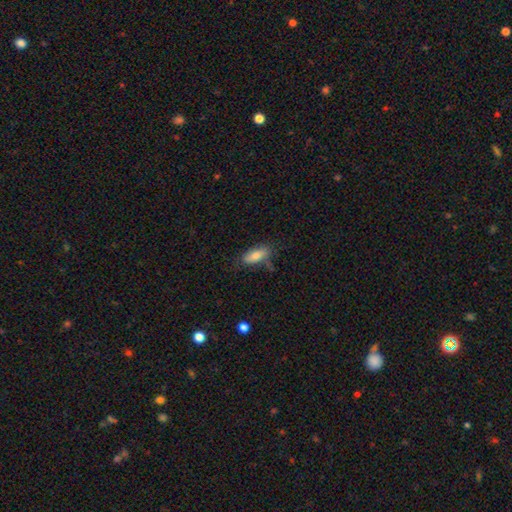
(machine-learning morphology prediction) Smooth or featured: smooth — 76% (featured or disk — 16%)
How rounded: in between — 78% (cigar-shaped — 19%)
Merging: none — 64% (minor disturbance — 25%)